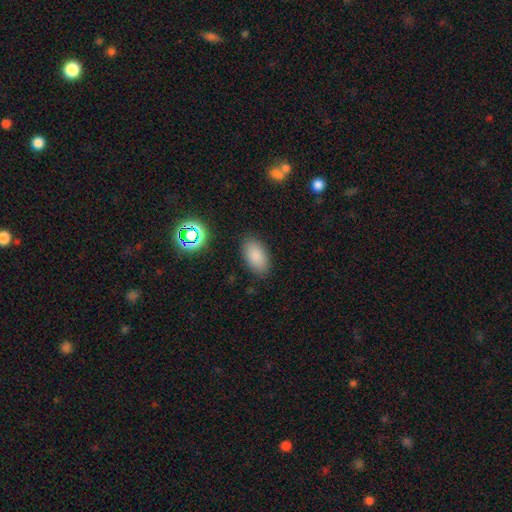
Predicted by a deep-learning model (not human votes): smooth 84%, star or artifact 10%, featured or disk 6%. Down the decision tree: how rounded — in between (93%); merging — none (86%).